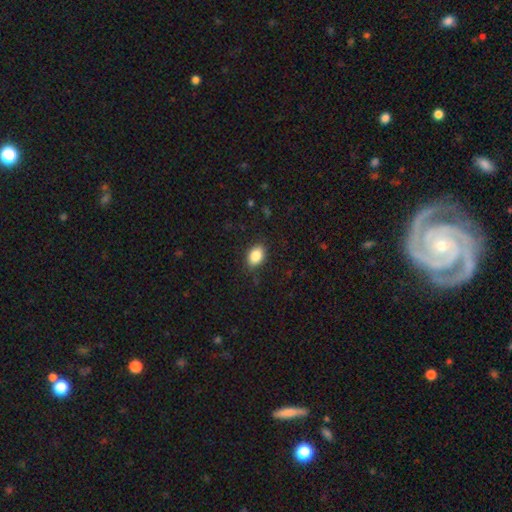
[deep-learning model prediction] smooth 87%, star or artifact 8%, featured or disk 5%. Down the decision tree: how rounded — in between (81%); merging — none (83%).